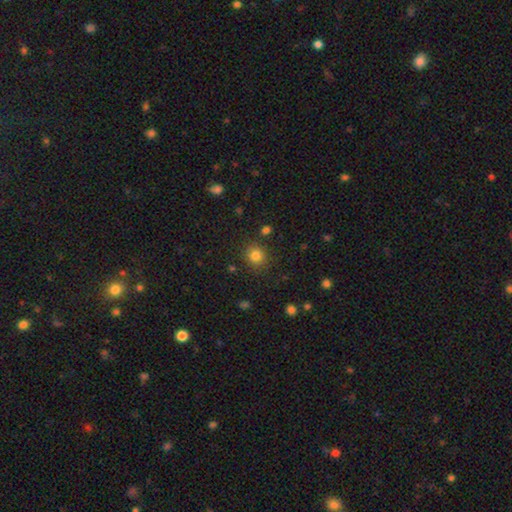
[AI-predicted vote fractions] A smooth galaxy with no disk features (81%) that is round (86%). Merging: none (85%).